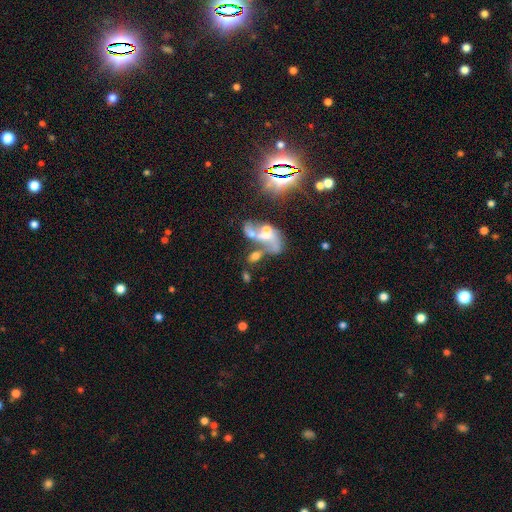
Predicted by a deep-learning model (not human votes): The model was most divided on "smooth or featured": featured or disk: 46%, smooth: 38%, star or artifact: 16%. More confident: merging — merger (54%).